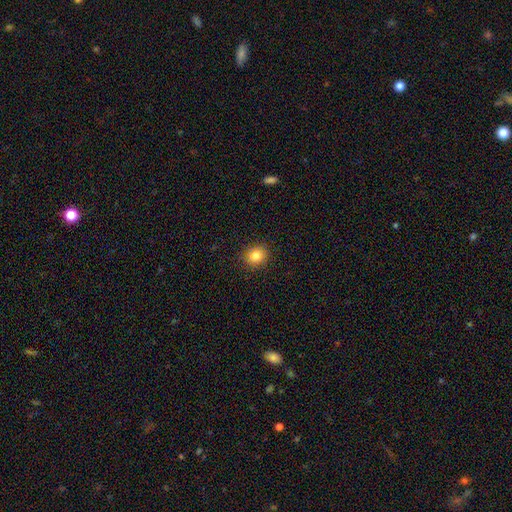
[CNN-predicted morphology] Smooth or featured? smooth (84%)
How rounded? round (76%)
Merging? none (90%)